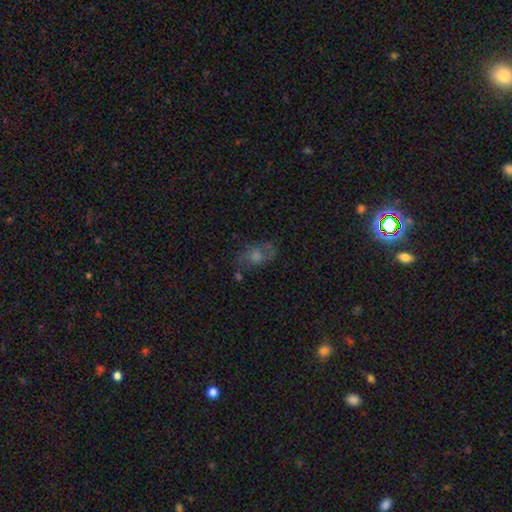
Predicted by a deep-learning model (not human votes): Overall: featured or disk (44%; smooth 35%). Merging: none (66%).